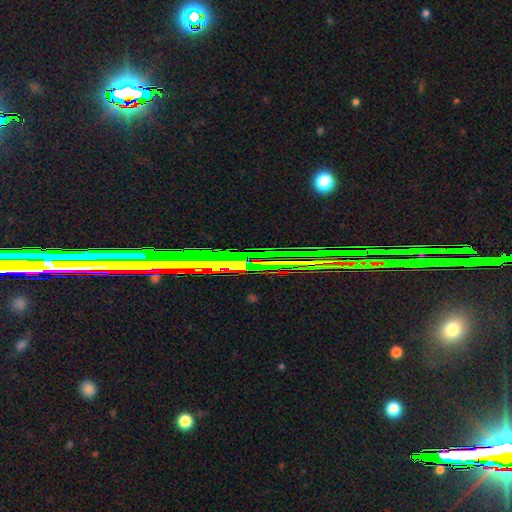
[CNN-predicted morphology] Smooth or featured? Predicted: star or artifact (p=0.45).